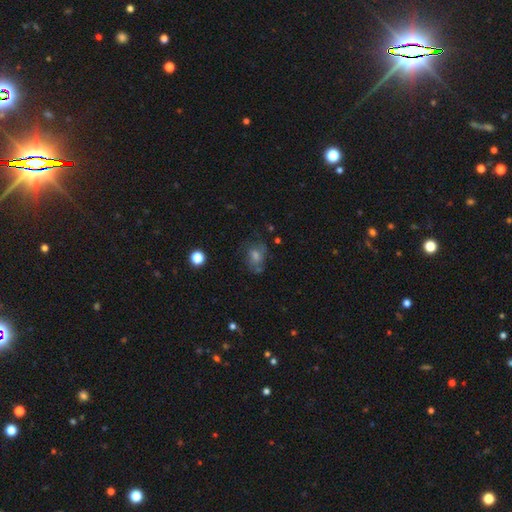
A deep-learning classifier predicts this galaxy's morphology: Smooth or featured?
  - featured or disk: 43% *
  - smooth: 32%
  - star or artifact: 25%
Merging?
  - none: 66% *
  - minor disturbance: 19%
  - major disturbance: 12%
  - merger: 4%